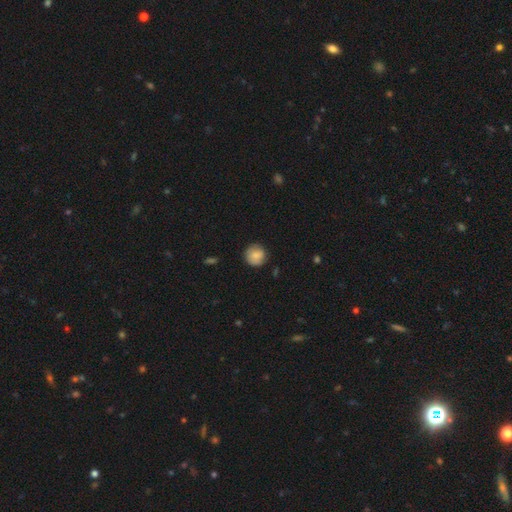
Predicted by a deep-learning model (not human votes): smooth-or-featured: smooth: 82% | featured or disk: 11% | star or artifact: 7%
  how-rounded: round: 93% | in between: 6% | cigar-shaped: 1%
  merging: none: 83% | minor disturbance: 13% | major disturbance: 3% | merger: 1%